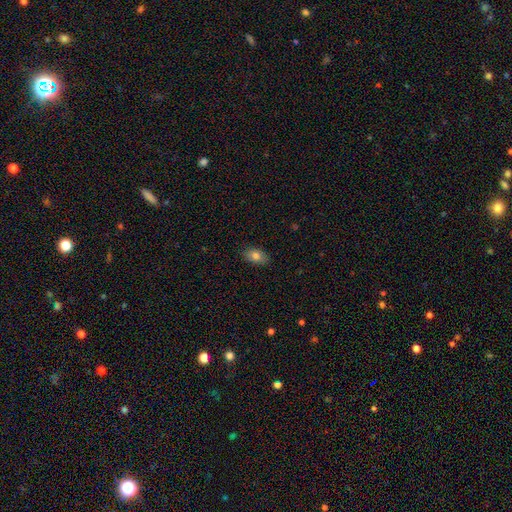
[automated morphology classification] Smooth or featured? smooth (81%)
How rounded? in between (88%)
Merging? none (86%)